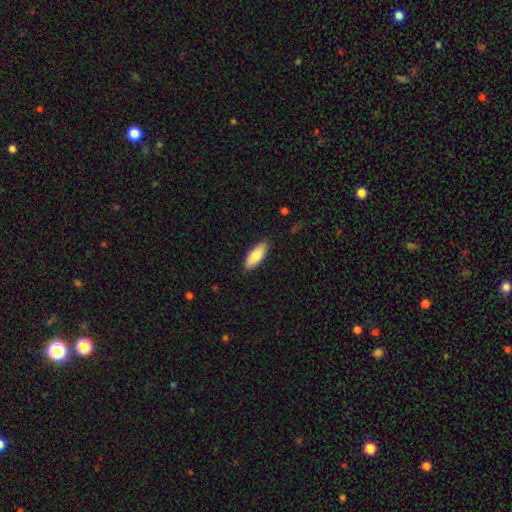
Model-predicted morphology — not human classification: type=smooth (81%); roundness=in between (75%); merging=none (88%).